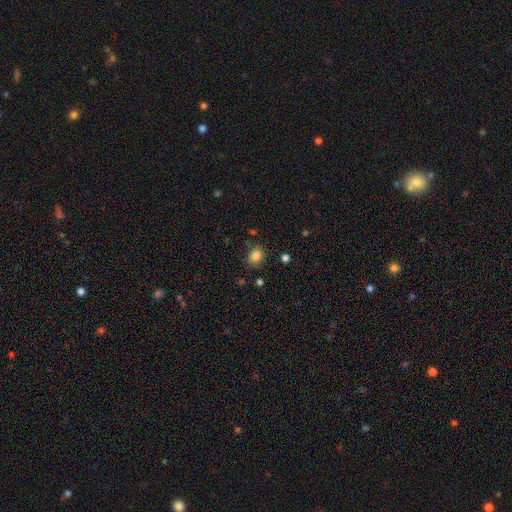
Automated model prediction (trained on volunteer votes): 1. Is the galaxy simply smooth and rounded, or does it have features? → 83% smooth, 11% star or artifact, 6% featured or disk.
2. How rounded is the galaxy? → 50% in between, 49% round, 1% cigar-shaped.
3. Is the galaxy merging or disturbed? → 78% none, 15% minor disturbance, 4% major disturbance, 3% merger.